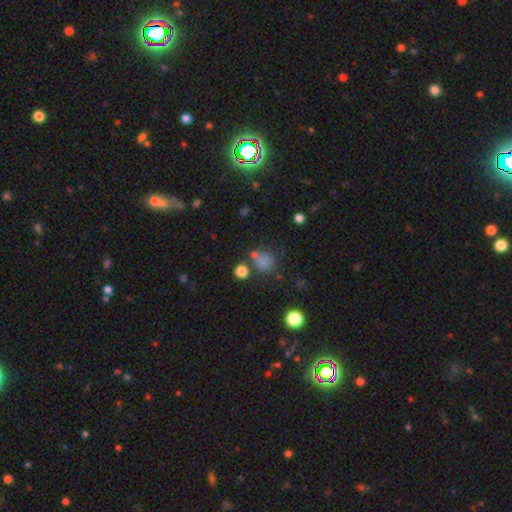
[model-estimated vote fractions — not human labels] A smooth galaxy with no disk features (60%) that is round (79%).

Vote fractions:
- Smooth or featured? smooth: 60% / star or artifact: 33% / featured or disk: 7%
- How rounded? round: 79% / in between: 19% / cigar-shaped: 1%
- Merging? none: 66% / minor disturbance: 14% / merger: 13% / major disturbance: 7%